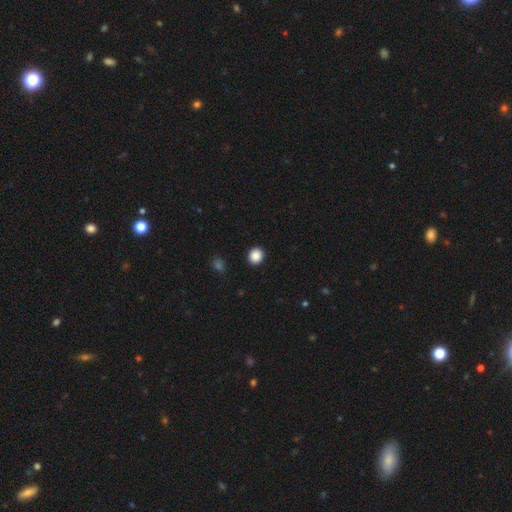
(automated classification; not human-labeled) smooth 88%, star or artifact 9%, featured or disk 3%. Down the decision tree: how rounded — round (89%); merging — none (93%).